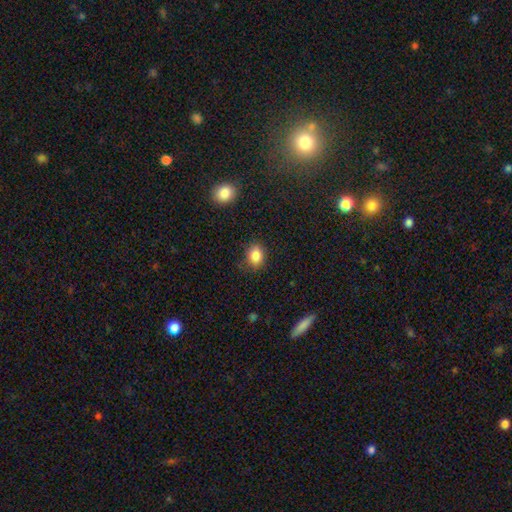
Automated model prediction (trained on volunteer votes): Smooth or featured? Predicted: smooth (p=0.85). How rounded? Predicted: round (p=0.50). Merging? Predicted: none (p=0.79).